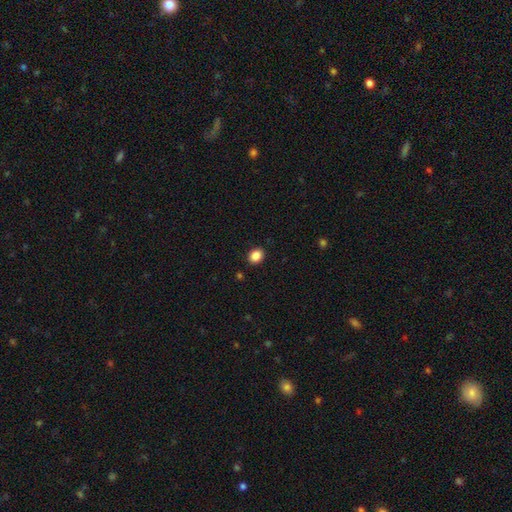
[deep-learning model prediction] This is clearly a smooth galaxy (87%). How rounded: possibly round (56%). Merging: clearly none (90%).